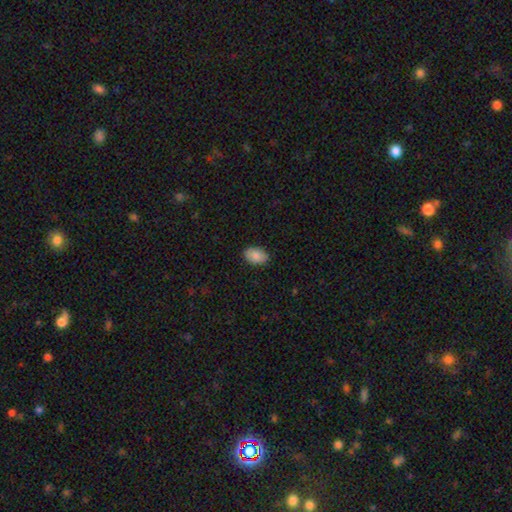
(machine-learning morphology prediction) type=smooth (85%); roundness=in between (89%); merging=none (88%).